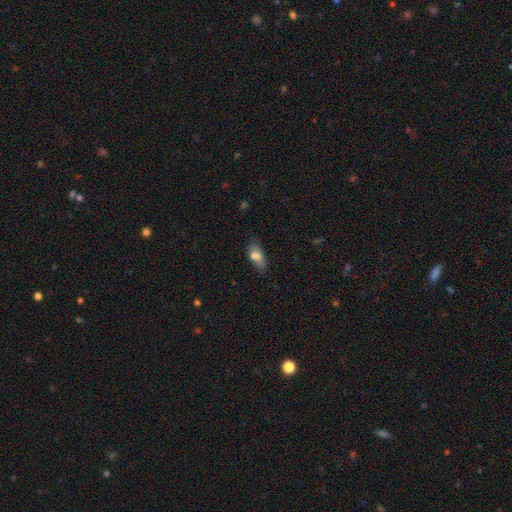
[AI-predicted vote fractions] Overall: smooth (75%). How rounded: in between (80%). Merging: none (59%; minor disturbance 25%).